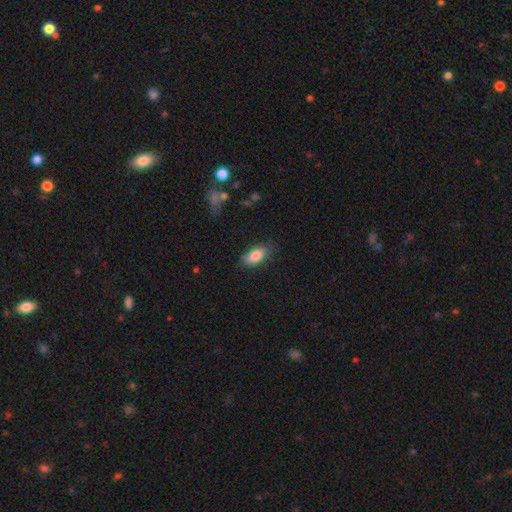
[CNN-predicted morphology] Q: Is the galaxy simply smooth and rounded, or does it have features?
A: smooth — 82%.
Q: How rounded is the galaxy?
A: in between — 88%.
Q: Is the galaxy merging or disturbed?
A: none — 76%.